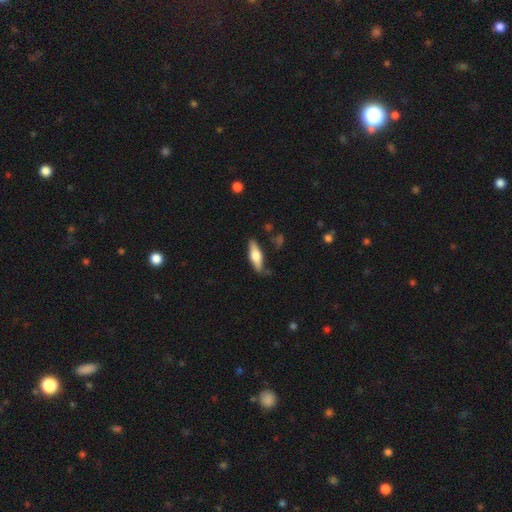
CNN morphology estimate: Overall: smooth (51%; featured or disk 43%). How rounded: cigar-shaped (50%; in between 48%). Merging: none (79%).